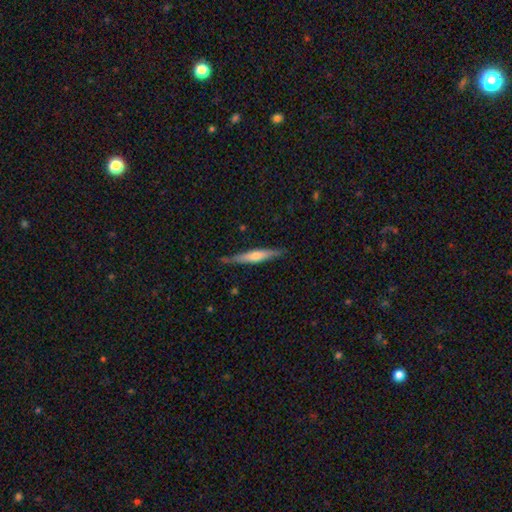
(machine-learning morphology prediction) This is possibly a featured or disk galaxy (54%). It is clearly viewed edge-on (94%). Edge-on bulge: likely rounded (79%). Merging: clearly none (82%).